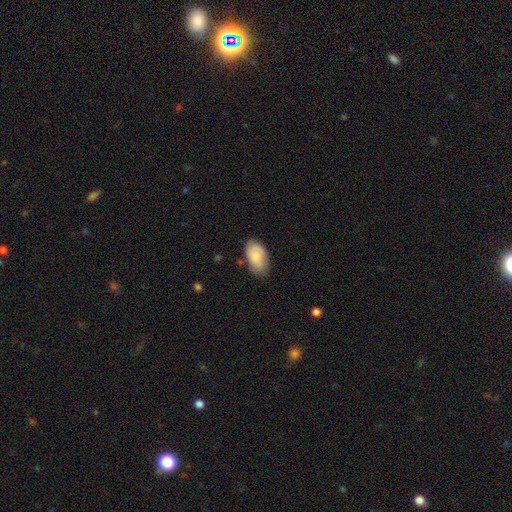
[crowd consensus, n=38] A smooth galaxy with no disk features (82%) that is in between round and cigar-shaped (100%). Merging: none (64%).